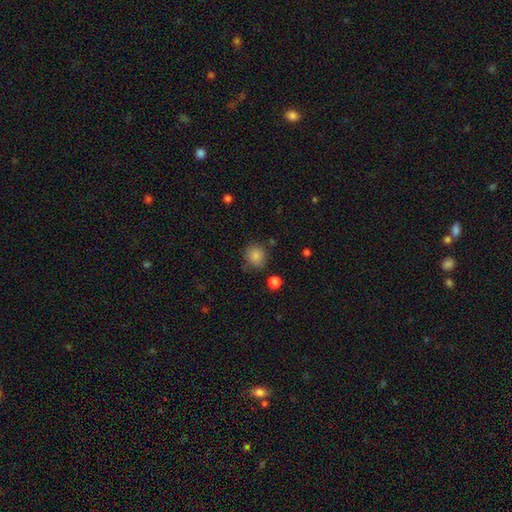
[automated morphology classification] Smooth or featured? Predicted: smooth (p=0.85). How rounded? Predicted: round (p=0.81). Merging? Predicted: none (p=0.79).